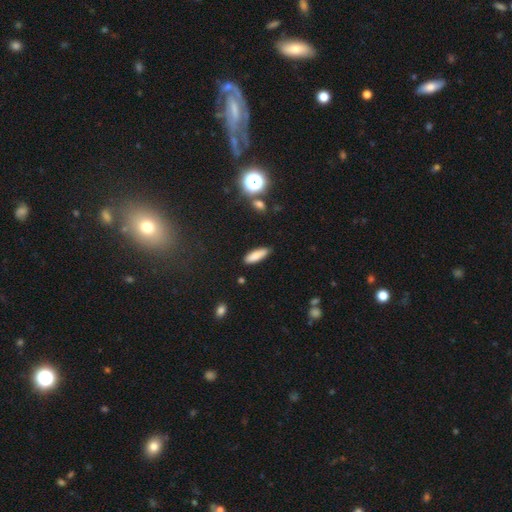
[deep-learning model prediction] A smooth galaxy with no disk features (83%) that is cigar-shaped (50%). Merging: none (83%).